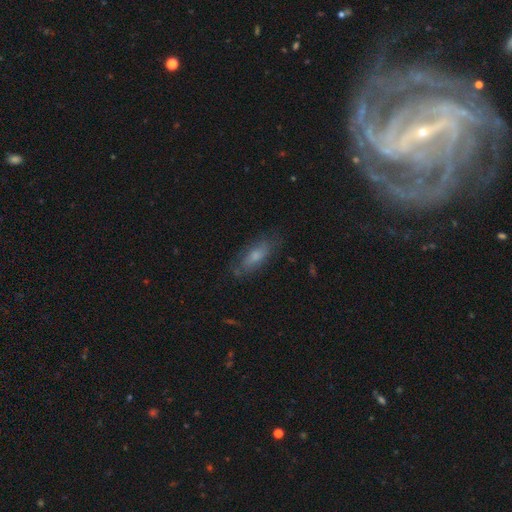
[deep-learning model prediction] Smooth or featured? smooth (58%)
How rounded? in between (67%)
Merging? none (71%)